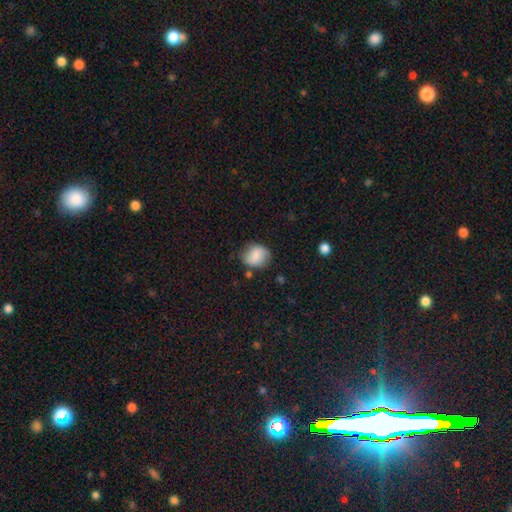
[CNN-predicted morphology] Smooth or featured: smooth — 72% (featured or disk — 20%)
How rounded: round — 68% (in between — 31%)
Merging: none — 69% (minor disturbance — 21%)